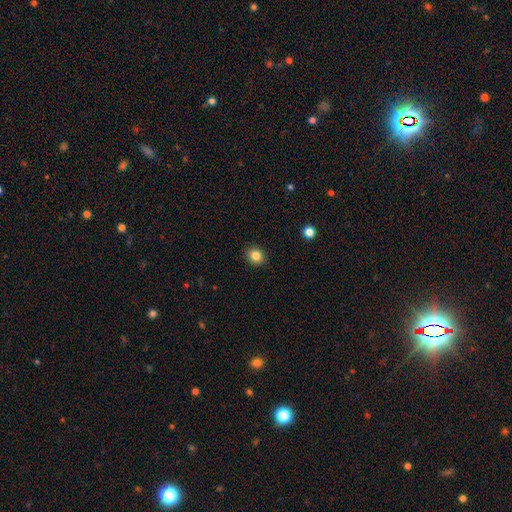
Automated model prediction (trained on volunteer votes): This appears to be a smooth galaxy with no disk features (84%) that is round (75%). Merging: none (92%).